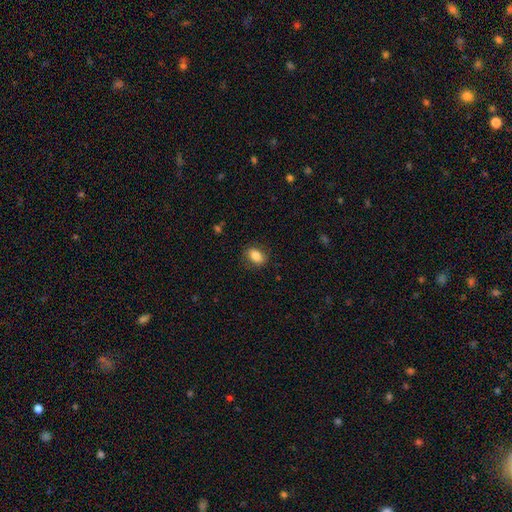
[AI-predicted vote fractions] Overall: smooth (82%). How rounded: in between (79%). Merging: none (81%).